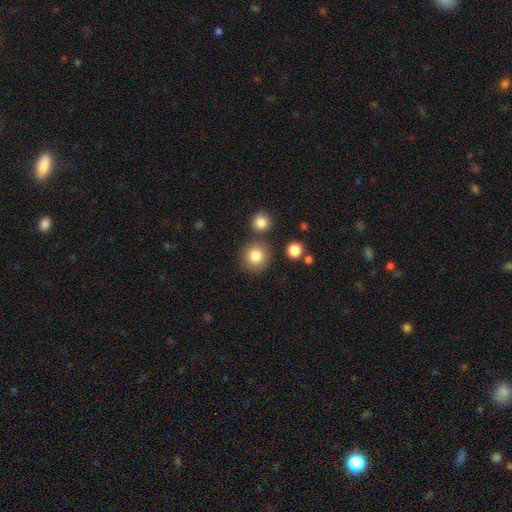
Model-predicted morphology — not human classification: A smooth galaxy with no disk features (83%) that is round (91%). Merging: none (80%).